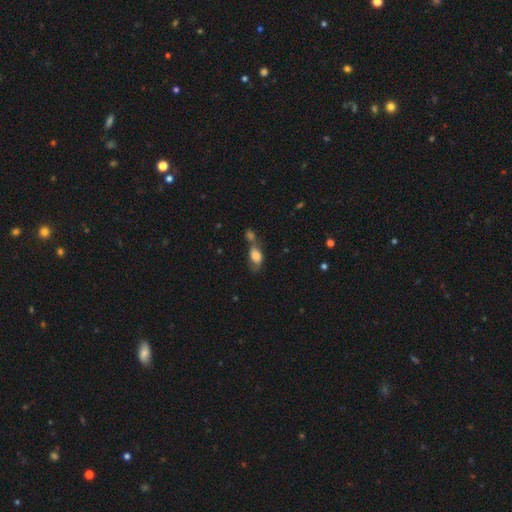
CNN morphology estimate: Smooth or featured: smooth — 75% (featured or disk — 16%)
How rounded: in between — 86% (round — 10%)
Merging: merger — 46% (none — 26%)